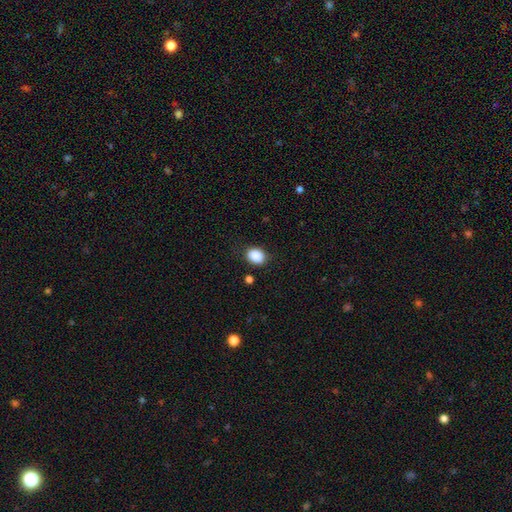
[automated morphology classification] smooth 88%, star or artifact 9%, featured or disk 3%. Down the decision tree: how rounded — in between (53%); merging — none (83%).